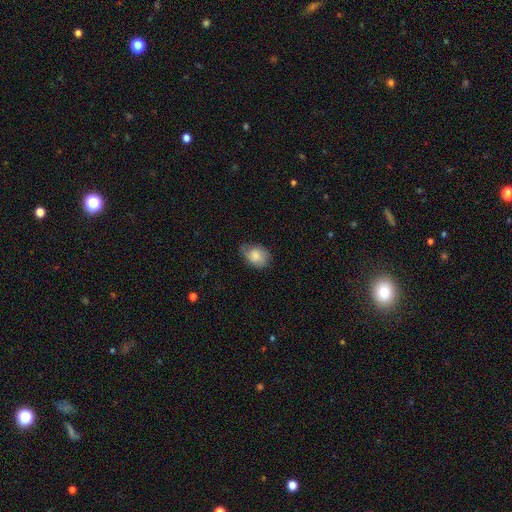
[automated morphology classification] type=smooth (76%); roundness=in between (73%); merging=none (57%).